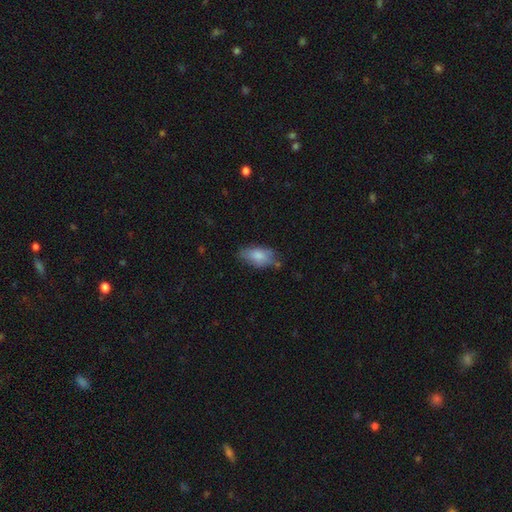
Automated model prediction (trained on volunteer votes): This appears to be a smooth galaxy with no disk features (73%) that is in between round and cigar-shaped (88%). Merging: none (66%).